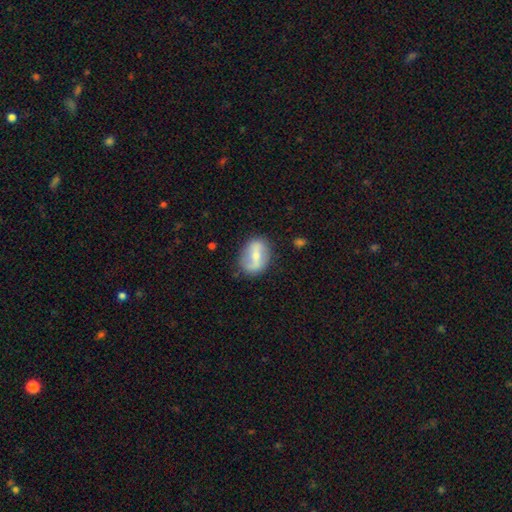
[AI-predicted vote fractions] Overall: featured or disk (54%; smooth 39%). Edge-on disk: no (93%). Bar: strong (48%; weak 33%). Spiral arms: yes (55%; no 45%). Bulge size: moderate (49%; small 43%). Merging: none (76%).